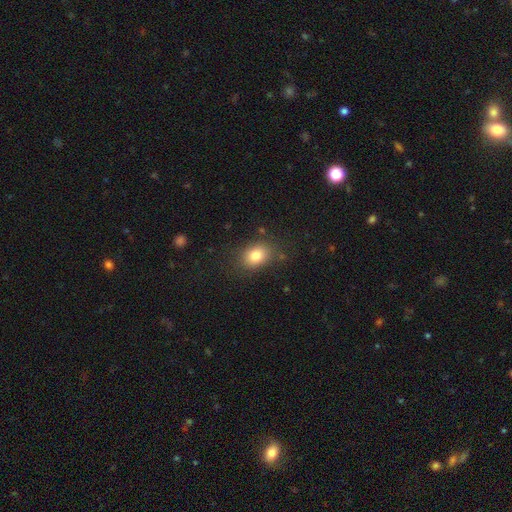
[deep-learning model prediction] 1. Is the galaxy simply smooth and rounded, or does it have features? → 81% smooth, 10% star or artifact, 9% featured or disk.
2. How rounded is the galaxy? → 65% in between, 34% round, 1% cigar-shaped.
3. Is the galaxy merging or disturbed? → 82% none, 12% minor disturbance, 4% major disturbance, 2% merger.